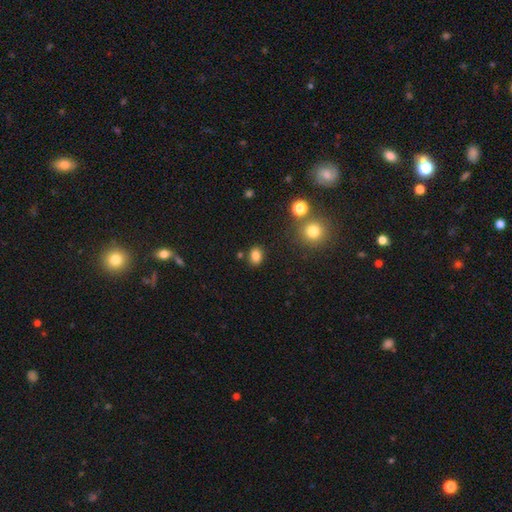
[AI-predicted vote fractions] A smooth galaxy with no disk features (83%) that is in between round and cigar-shaped (63%).

Vote fractions:
- Smooth or featured? smooth: 83% / star or artifact: 12% / featured or disk: 6%
- How rounded? in between: 63% / round: 36% / cigar-shaped: 1%
- Merging? none: 83% / minor disturbance: 10% / merger: 5% / major disturbance: 3%